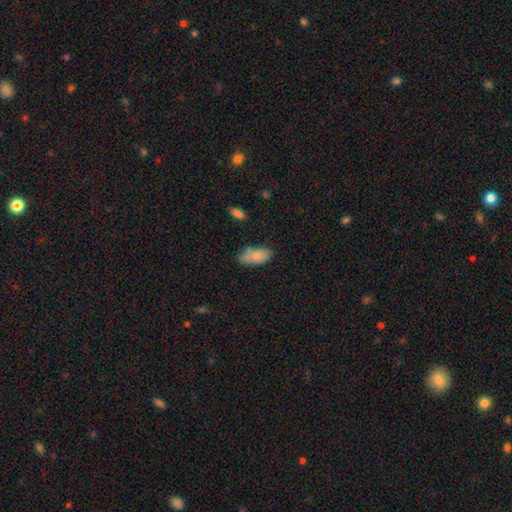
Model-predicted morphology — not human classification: Smooth or featured: smooth — 80% (featured or disk — 13%)
How rounded: in between — 91% (cigar-shaped — 6%)
Merging: none — 63% (minor disturbance — 24%)